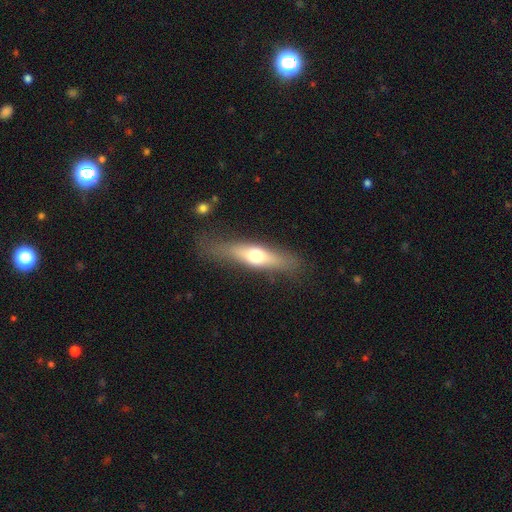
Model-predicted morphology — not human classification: smooth_or_featured: smooth (p=0.50) [alt: featured or disk p=0.44]
merging: none (p=0.75) [alt: minor disturbance p=0.16]